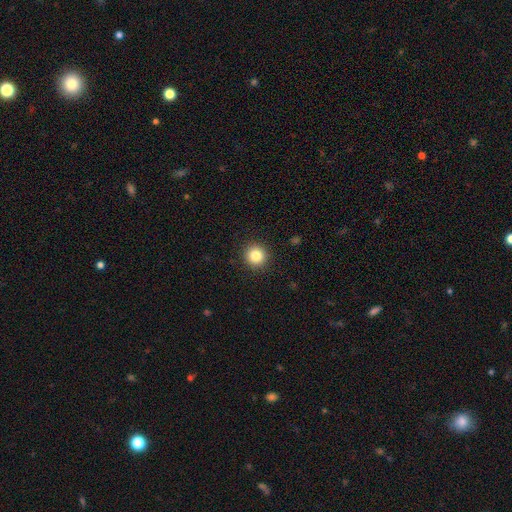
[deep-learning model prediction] A smooth galaxy with no disk features (84%) that is round (94%). Merging: none (92%).